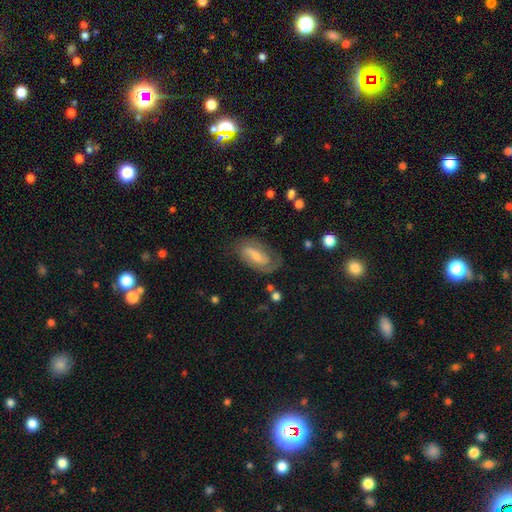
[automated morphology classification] This is likely a featured or disk galaxy (65%). It is clearly not viewed edge-on (94%). Bar: possibly weak (46%). Spiral arm pattern: clearly yes (89%). Spiral arm count: likely 2 (70%). Spiral winding: possibly medium (45%). Central bulge: marginally small (41%). Merging: likely none (66%).